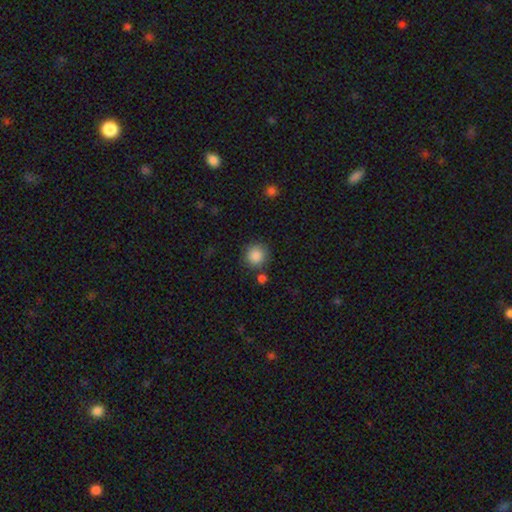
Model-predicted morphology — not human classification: type=smooth (88%); roundness=round (92%); merging=none (81%).